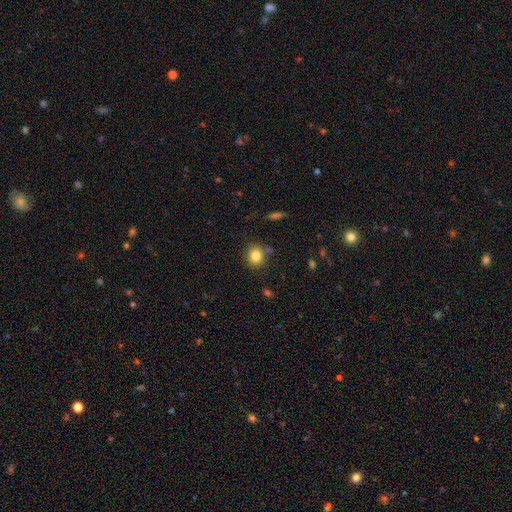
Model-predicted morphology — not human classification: The model was most divided on "how rounded": round: 73%, in between: 26%, cigar-shaped: 1%. More confident: smooth or featured — smooth (83%); merging — none (82%).